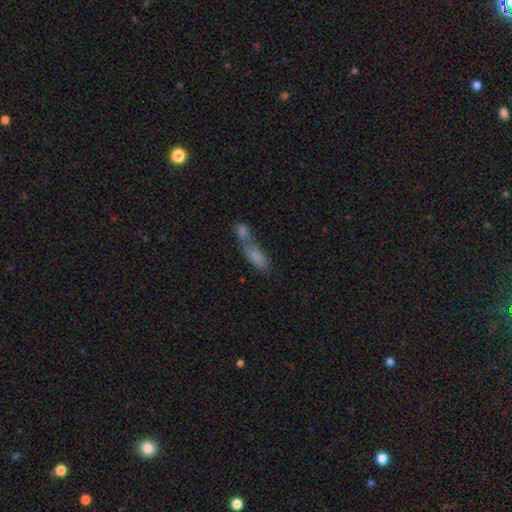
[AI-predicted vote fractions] This appears to be a smooth galaxy with no disk features (79%) that is in between round and cigar-shaped (68%). Merging: merger (65%).